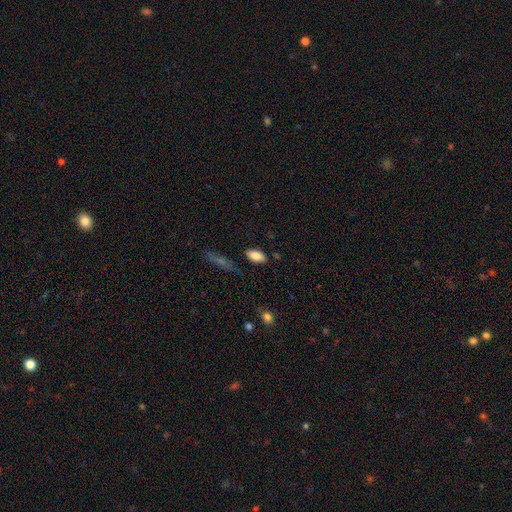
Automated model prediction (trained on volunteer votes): Q: Smooth or featured?
A: smooth (85%); runner-up: star or artifact (7%)
Q: How rounded?
A: in between (92%); runner-up: cigar-shaped (5%)
Q: Merging?
A: none (82%); runner-up: minor disturbance (13%)